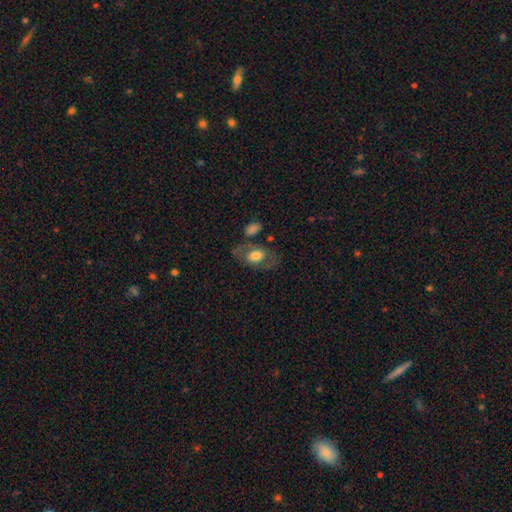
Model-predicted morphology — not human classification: Smooth or featured? Predicted: smooth (p=0.54). How rounded? Predicted: in between (p=0.85). Merging? Predicted: none (p=0.63).